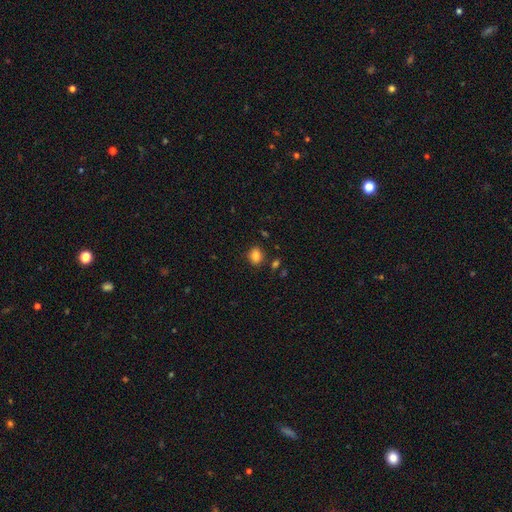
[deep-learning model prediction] smooth 85%, star or artifact 11%, featured or disk 5%. Down the decision tree: how rounded — in between (58%); merging — none (82%).